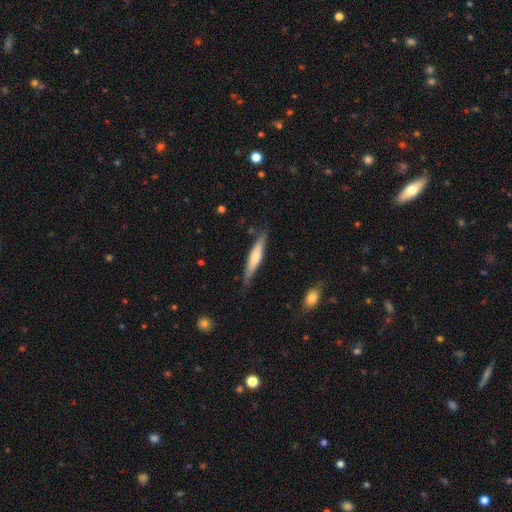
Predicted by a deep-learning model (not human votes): Smooth or featured? smooth (50%)
How rounded? cigar-shaped (89%)
Merging? none (82%)